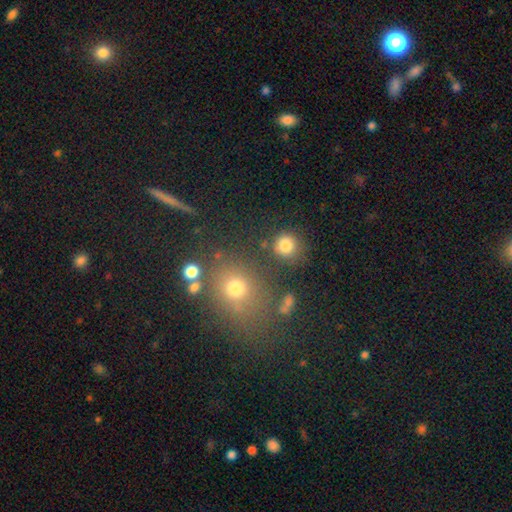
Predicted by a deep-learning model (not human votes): Smooth or featured? Predicted: smooth (p=0.52). How rounded? Predicted: round (p=0.69). Merging? Predicted: none (p=0.73).